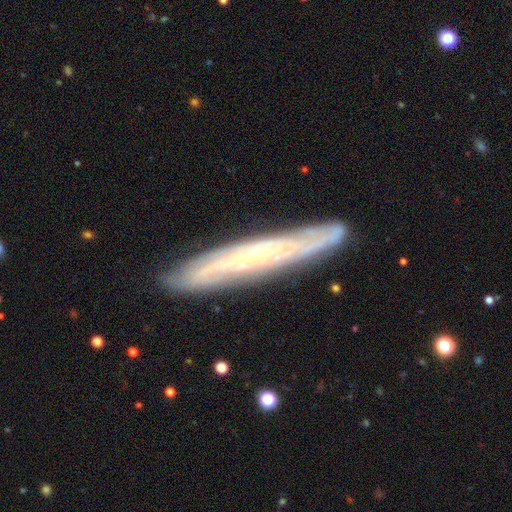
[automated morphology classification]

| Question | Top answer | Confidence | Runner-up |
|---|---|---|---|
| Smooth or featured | featured or disk | 72% | smooth (21%) |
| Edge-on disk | yes | 65% | no (35%) |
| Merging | none | 86% | minor disturbance (11%) |